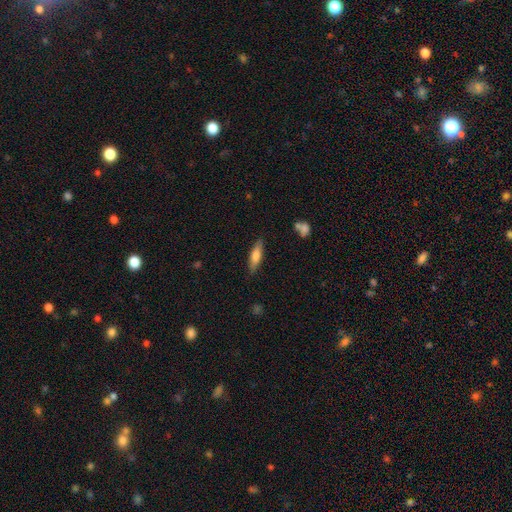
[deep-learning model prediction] smooth-or-featured: smooth: 67% | featured or disk: 27% | star or artifact: 6%
  how-rounded: cigar-shaped: 62% | in between: 36% | round: 2%
  merging: none: 85% | minor disturbance: 11% | major disturbance: 2% | merger: 2%